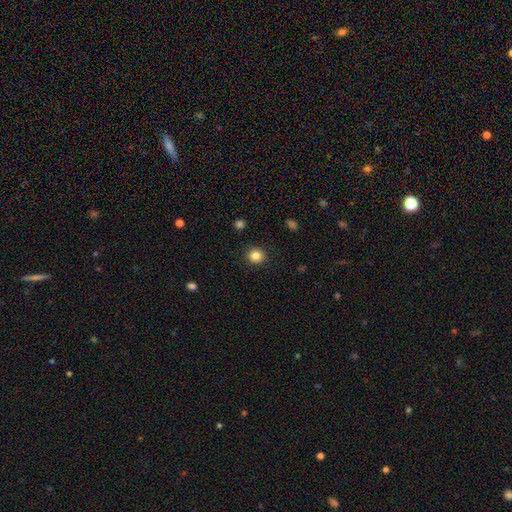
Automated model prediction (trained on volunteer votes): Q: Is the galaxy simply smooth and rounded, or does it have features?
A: smooth — 84%.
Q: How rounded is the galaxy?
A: round — 89%.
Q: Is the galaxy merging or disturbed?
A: none — 91%.